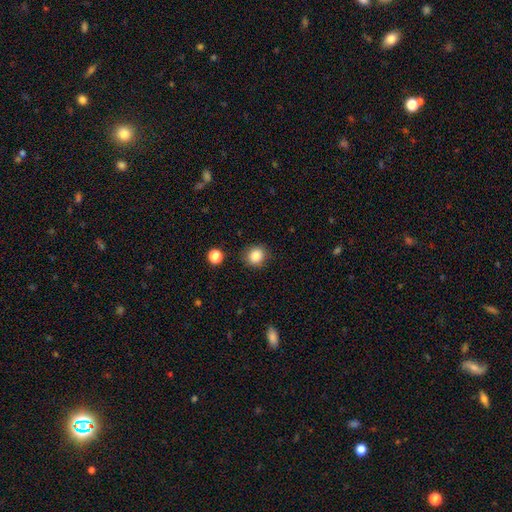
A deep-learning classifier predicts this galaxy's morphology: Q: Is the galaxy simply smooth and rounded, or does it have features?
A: smooth — 86%.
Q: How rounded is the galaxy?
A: round — 83%.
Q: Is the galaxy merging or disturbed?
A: none — 86%.